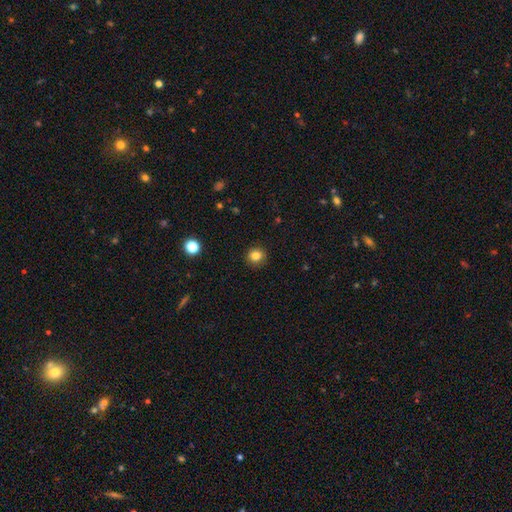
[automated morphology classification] Smooth or featured: smooth — 83% (star or artifact — 12%)
How rounded: round — 92% (in between — 7%)
Merging: none — 92% (minor disturbance — 5%)